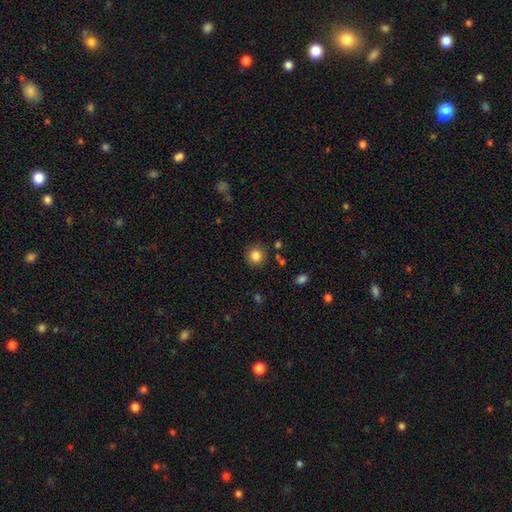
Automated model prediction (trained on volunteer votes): smooth-or-featured: smooth: 83% | star or artifact: 11% | featured or disk: 5%
  how-rounded: round: 92% | in between: 7% | cigar-shaped: 1%
  merging: none: 88% | minor disturbance: 7% | major disturbance: 3% | merger: 2%